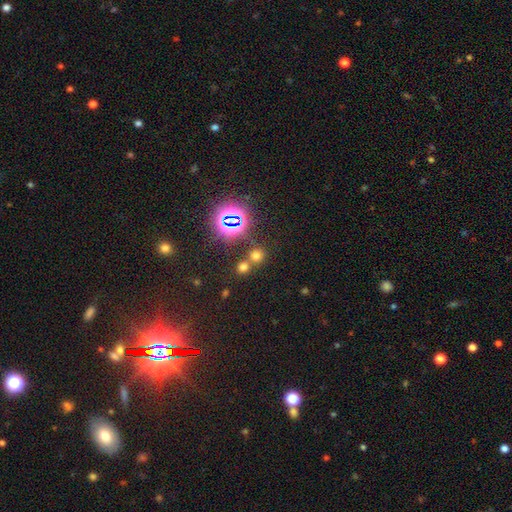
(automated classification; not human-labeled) Smooth or featured: smooth — 56% (star or artifact — 36%)
How rounded: round — 86% (in between — 13%)
Merging: none — 60% (merger — 30%)